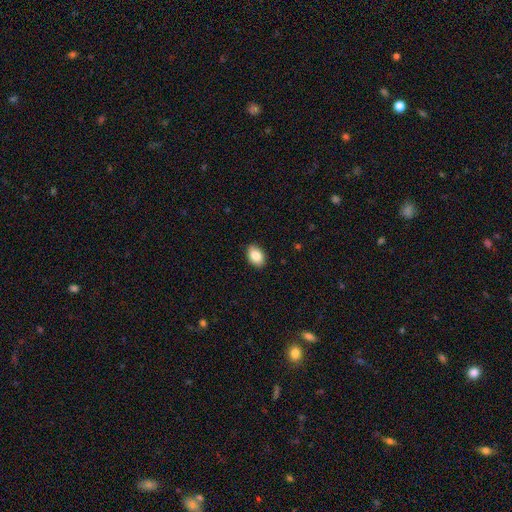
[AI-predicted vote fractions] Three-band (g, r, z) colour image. It shows a smooth galaxy with no disk features (86%) that is in between round and cigar-shaped (85%). Merging: none (89%).